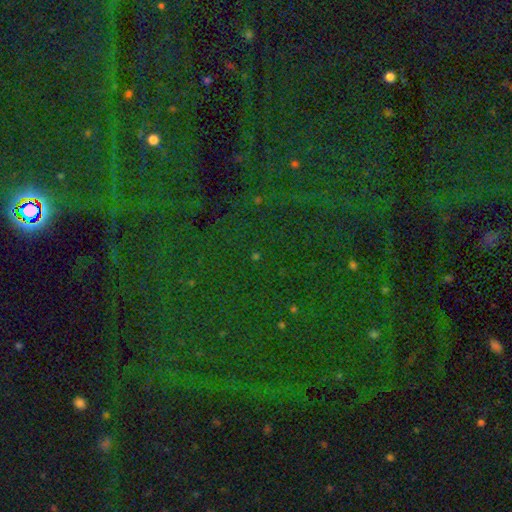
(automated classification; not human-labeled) Q: Smooth or featured?
A: star or artifact (83%); runner-up: smooth (10%)